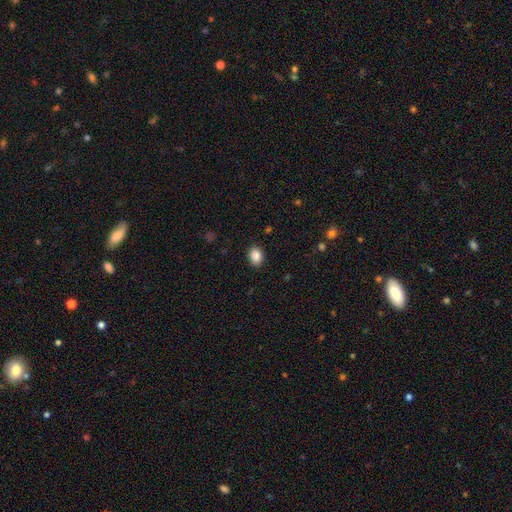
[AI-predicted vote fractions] Smooth or featured: smooth — 87% (star or artifact — 9%)
How rounded: in between — 67% (round — 32%)
Merging: none — 88% (minor disturbance — 8%)